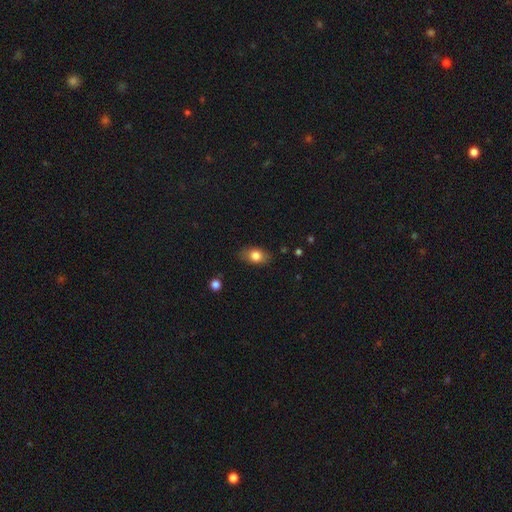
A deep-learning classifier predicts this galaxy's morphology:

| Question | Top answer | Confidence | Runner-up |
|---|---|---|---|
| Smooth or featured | smooth | 80% | featured or disk (12%) |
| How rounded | in between | 82% | round (15%) |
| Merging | none | 81% | minor disturbance (14%) |